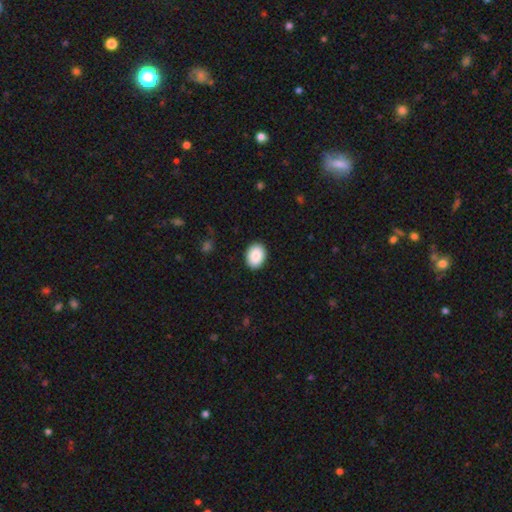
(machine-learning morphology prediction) type=smooth (88%); roundness=in between (68%); merging=none (91%).